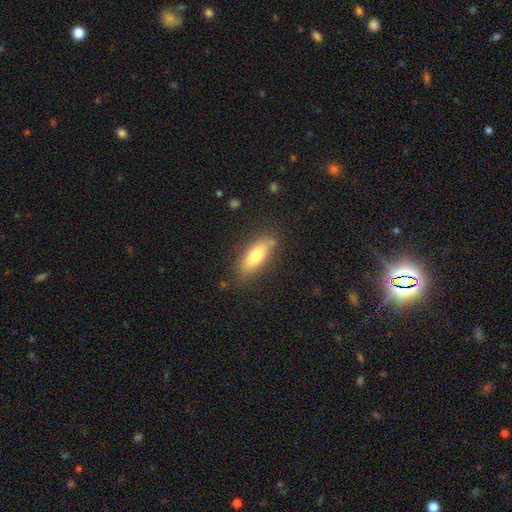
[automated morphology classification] A smooth galaxy with no disk features (71%) that is in between round and cigar-shaped (62%).

Vote fractions:
- Smooth or featured? smooth: 71% / featured or disk: 22% / star or artifact: 7%
- How rounded? in between: 62% / cigar-shaped: 36% / round: 2%
- Merging? none: 80% / minor disturbance: 14% / major disturbance: 3% / merger: 2%